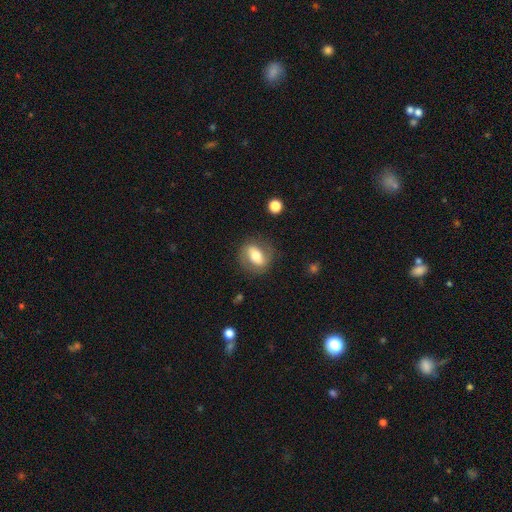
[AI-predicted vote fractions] A smooth galaxy with no disk features (50%) that is in between round and cigar-shaped (65%).

Vote fractions:
- Smooth or featured? smooth: 50% / featured or disk: 42% / star or artifact: 8%
- How rounded? in between: 65% / round: 31% / cigar-shaped: 4%
- Merging? none: 77% / minor disturbance: 15% / major disturbance: 7% / merger: 1%